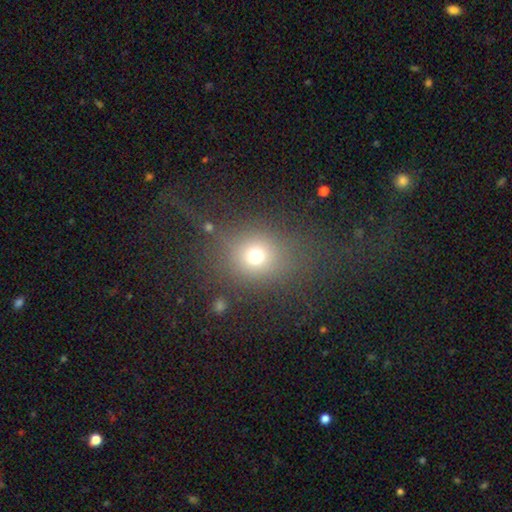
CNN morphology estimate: Q: Smooth or featured?
A: smooth (70%); runner-up: star or artifact (20%)
Q: How rounded?
A: round (74%); runner-up: in between (24%)
Q: Merging?
A: none (76%); runner-up: minor disturbance (11%)